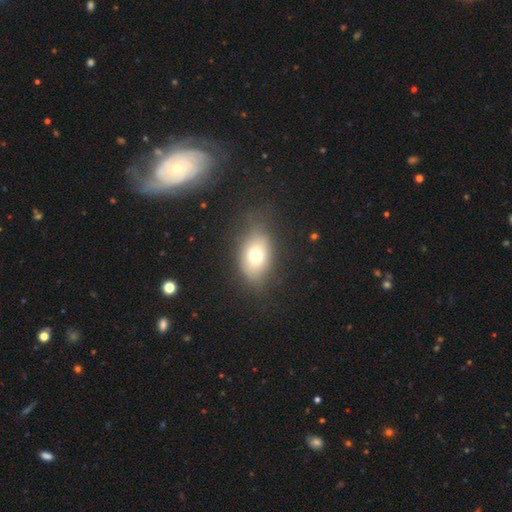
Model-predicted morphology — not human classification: Overall: smooth (70%). How rounded: in between (75%). Merging: none (68%).